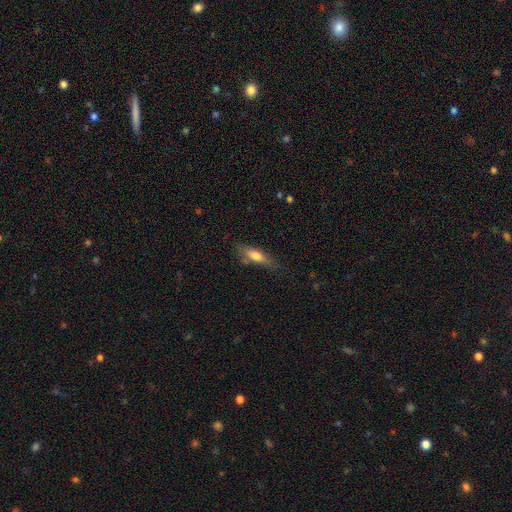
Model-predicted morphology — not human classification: Smooth or featured: smooth — 67% (featured or disk — 26%)
How rounded: cigar-shaped — 50% (in between — 47%)
Merging: none — 68% (minor disturbance — 22%)